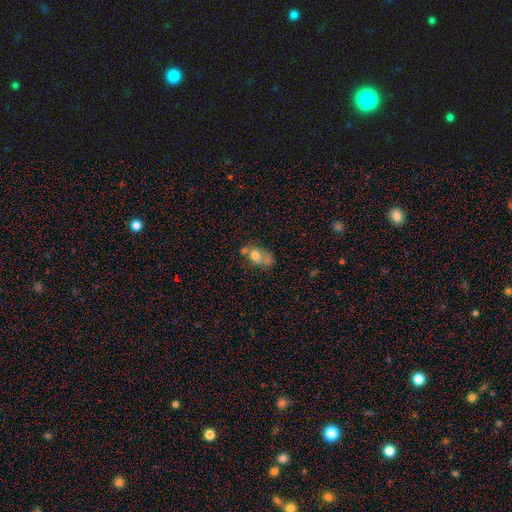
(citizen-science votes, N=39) This appears to be a smooth galaxy with no disk features (72%) that is in between round and cigar-shaped (68%). Merging: merger (43%).